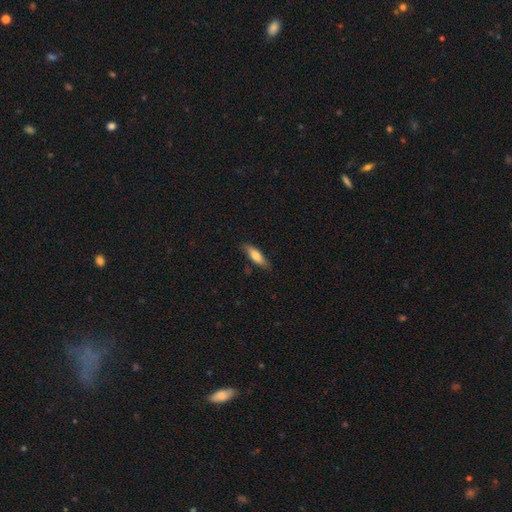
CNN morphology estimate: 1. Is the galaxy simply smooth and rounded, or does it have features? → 72% smooth, 22% featured or disk, 6% star or artifact.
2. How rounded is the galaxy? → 55% cigar-shaped, 43% in between, 2% round.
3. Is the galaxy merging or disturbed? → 80% none, 16% minor disturbance, 3% major disturbance, 1% merger.